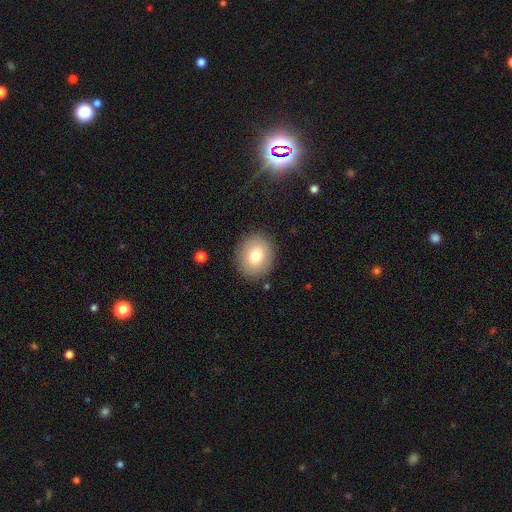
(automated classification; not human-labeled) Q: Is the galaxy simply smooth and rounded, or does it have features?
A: smooth — 77%.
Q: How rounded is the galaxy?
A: round — 69%.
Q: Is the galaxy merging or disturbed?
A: none — 88%.